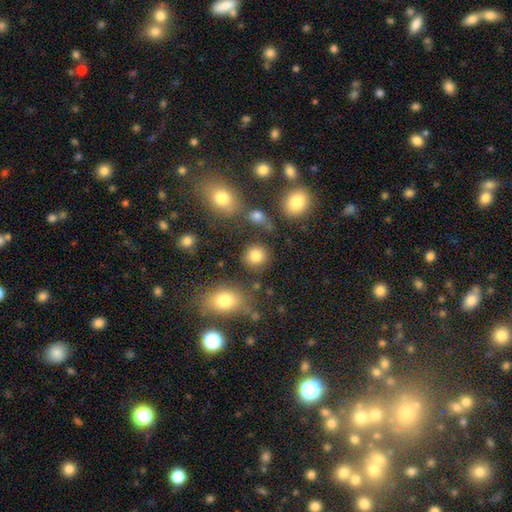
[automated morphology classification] Smooth or featured: smooth — 83% (star or artifact — 11%)
How rounded: round — 86% (in between — 13%)
Merging: none — 80% (minor disturbance — 10%)